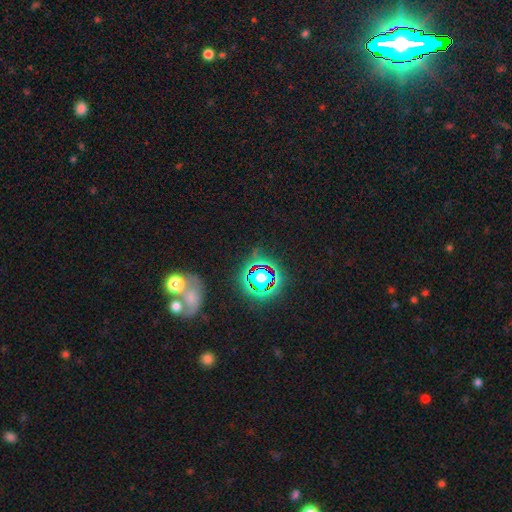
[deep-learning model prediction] Smooth or featured? star or artifact (72%)